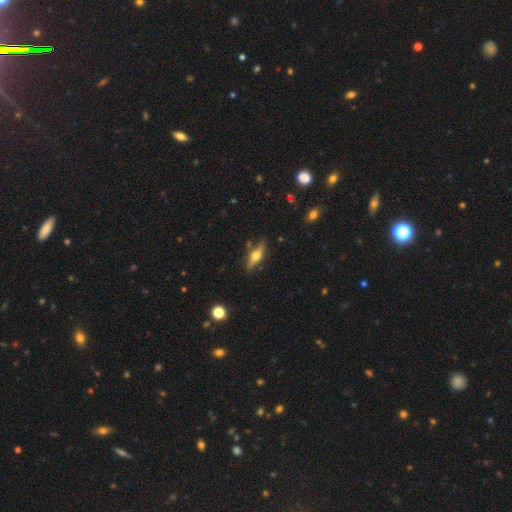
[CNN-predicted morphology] Smooth or featured?
  - featured or disk: 63% *
  - smooth: 30%
  - star or artifact: 7%
Edge-on disk?
  - yes: 94% *
  - no: 6%
Edge-on bulge?
  - rounded: 94% *
  - boxy: 4%
  - none: 2%
Merging?
  - none: 81% *
  - minor disturbance: 13%
  - merger: 3%
  - major disturbance: 3%